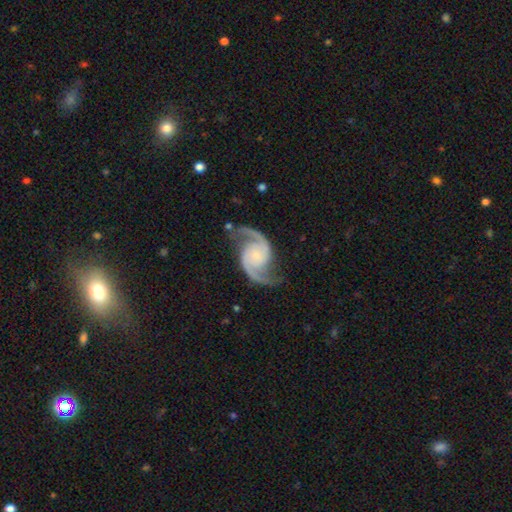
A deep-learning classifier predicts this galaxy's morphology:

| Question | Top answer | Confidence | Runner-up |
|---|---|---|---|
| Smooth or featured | featured or disk | 94% | star or artifact (4%) |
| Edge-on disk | no | 98% | yes (2%) |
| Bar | no | 68% | weak (25%) |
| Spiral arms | yes | 99% | no (1%) |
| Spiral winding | medium | 53% | loose (36%) |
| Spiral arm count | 2 | 95% | can't tell (1%) |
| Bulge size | small | 60% | moderate (17%) |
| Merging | none | 80% | minor disturbance (13%) |